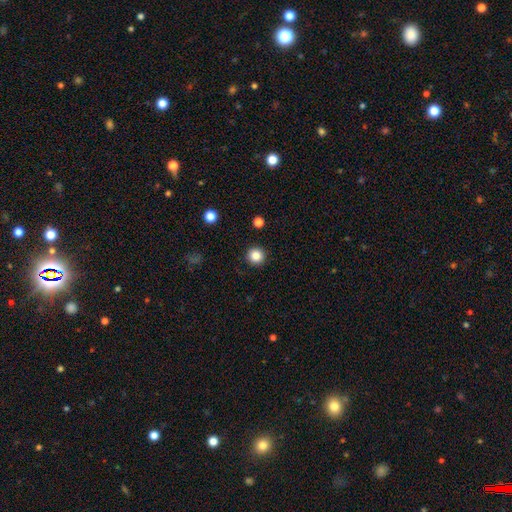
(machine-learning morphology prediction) Smooth or featured? smooth (85%)
How rounded? round (96%)
Merging? none (93%)